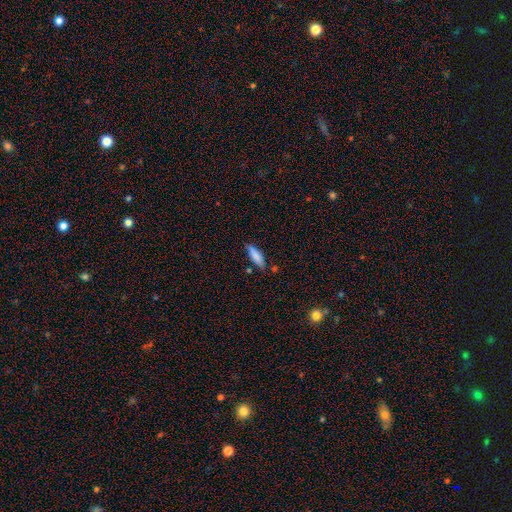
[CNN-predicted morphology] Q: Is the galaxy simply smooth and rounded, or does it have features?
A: smooth — 82%.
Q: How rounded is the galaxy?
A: cigar-shaped — 59%.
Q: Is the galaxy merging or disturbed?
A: none — 72%.